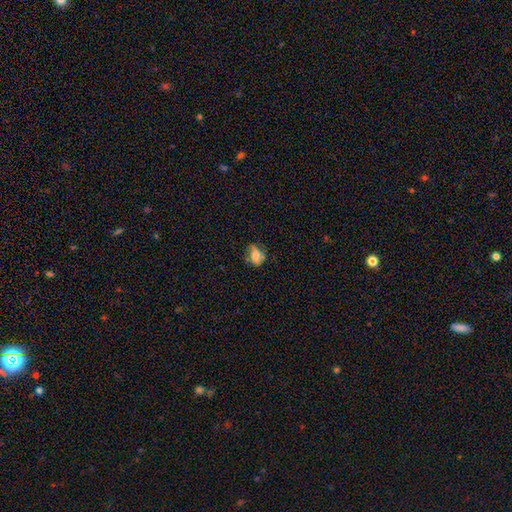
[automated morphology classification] A smooth galaxy with no disk features (60%) that is in between round and cigar-shaped (66%). Merging: none (62%).